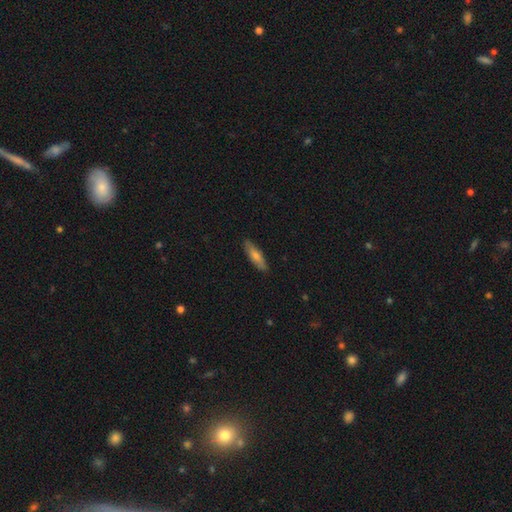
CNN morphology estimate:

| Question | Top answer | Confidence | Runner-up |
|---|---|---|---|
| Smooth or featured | smooth | 60% | featured or disk (33%) |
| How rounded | cigar-shaped | 72% | in between (26%) |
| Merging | none | 88% | minor disturbance (9%) |